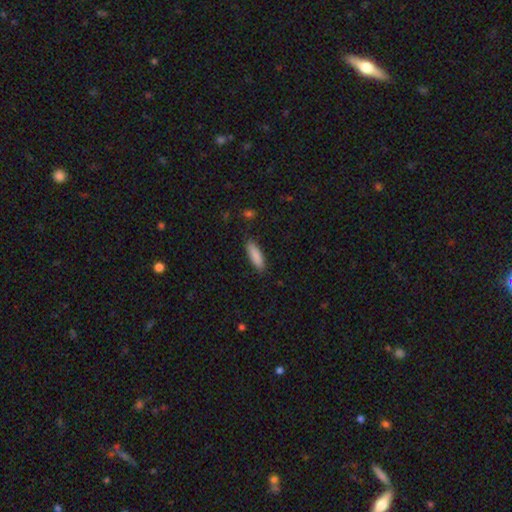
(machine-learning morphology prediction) This appears to be a smooth galaxy with no disk features (88%) that is cigar-shaped (51%). Merging: none (86%).